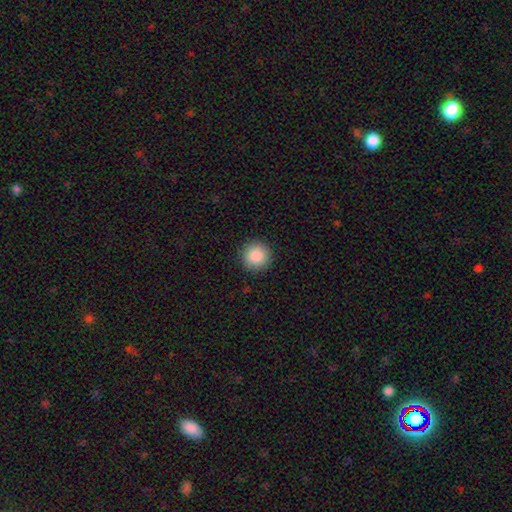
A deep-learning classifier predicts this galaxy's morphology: smooth-or-featured: smooth: 88% | star or artifact: 8% | featured or disk: 4%
  how-rounded: round: 95% | in between: 4% | cigar-shaped: 1%
  merging: none: 92% | minor disturbance: 5% | major disturbance: 2% | merger: 1%